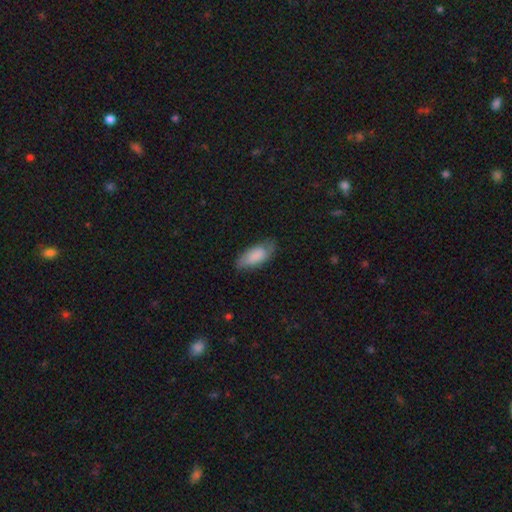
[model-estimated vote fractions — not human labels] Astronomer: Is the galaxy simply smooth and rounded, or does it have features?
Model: smooth — 81%.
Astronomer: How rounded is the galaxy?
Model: in between — 86%.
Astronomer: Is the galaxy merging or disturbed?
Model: none — 67%.